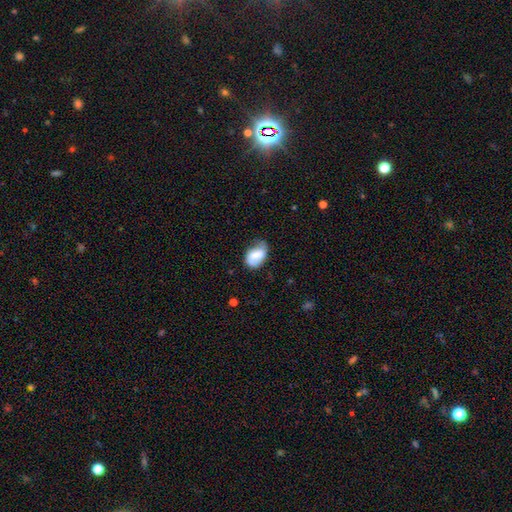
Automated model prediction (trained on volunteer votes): This is possibly a smooth galaxy (54%). How rounded: clearly in between (85%). Merging: possibly none (49%).